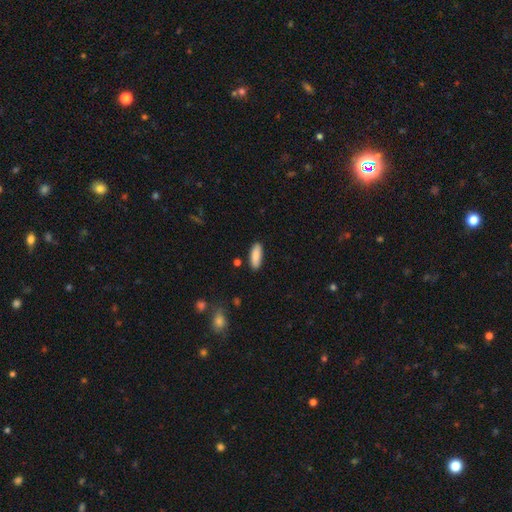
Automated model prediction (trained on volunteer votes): Smooth or featured?
  - smooth: 88% *
  - featured or disk: 6%
  - star or artifact: 6%
How rounded?
  - in between: 66% *
  - cigar-shaped: 32%
  - round: 2%
Merging?
  - none: 86% *
  - minor disturbance: 10%
  - major disturbance: 2%
  - merger: 2%